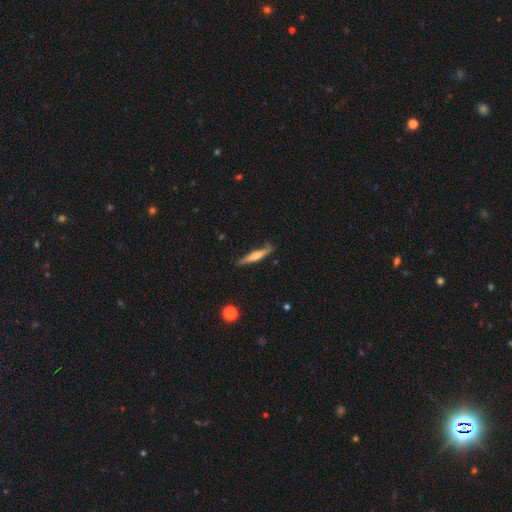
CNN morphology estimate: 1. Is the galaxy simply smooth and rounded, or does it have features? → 49% featured or disk, 45% smooth, 6% star or artifact.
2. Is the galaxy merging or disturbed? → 73% none, 20% minor disturbance, 4% major disturbance, 2% merger.